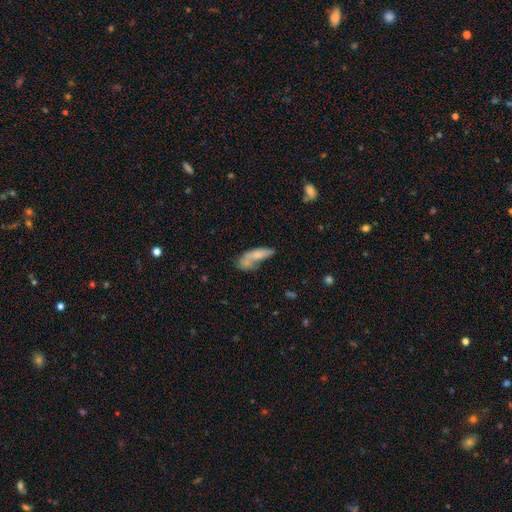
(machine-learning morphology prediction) Smooth or featured? Predicted: smooth (p=0.61). How rounded? Predicted: in between (p=0.63). Merging? Predicted: none (p=0.30).